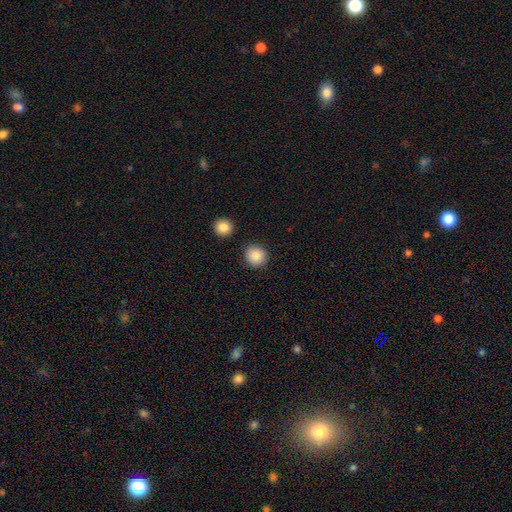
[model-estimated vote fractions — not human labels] Smooth or featured?
  - smooth: 88% *
  - star or artifact: 8%
  - featured or disk: 4%
How rounded?
  - round: 93% *
  - in between: 6%
  - cigar-shaped: 1%
Merging?
  - none: 90% *
  - minor disturbance: 6%
  - merger: 2%
  - major disturbance: 2%